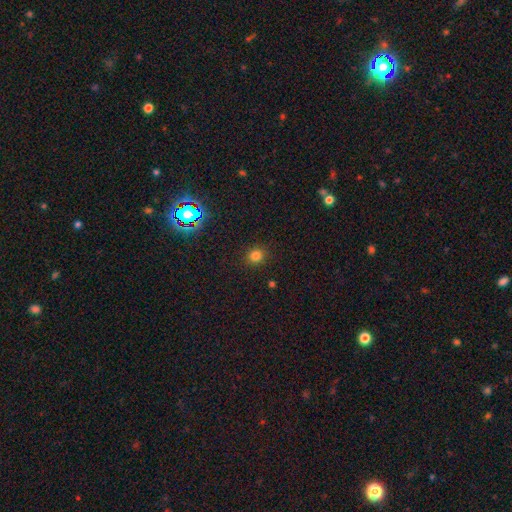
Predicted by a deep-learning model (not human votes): Smooth or featured: smooth — 79% (star or artifact — 16%)
How rounded: round — 88% (in between — 11%)
Merging: none — 90% (minor disturbance — 7%)